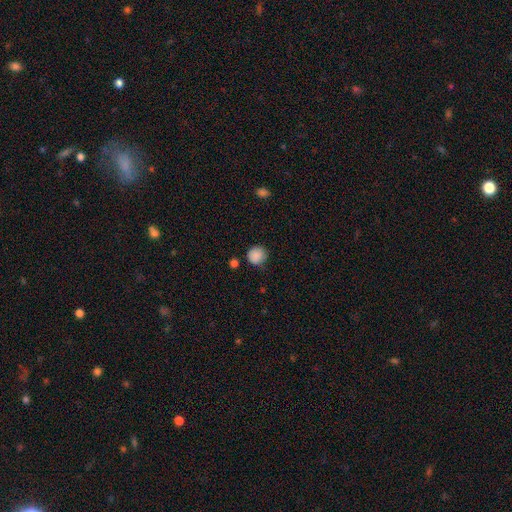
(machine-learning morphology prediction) A smooth galaxy with no disk features (87%) that is round (91%). Merging: none (79%).